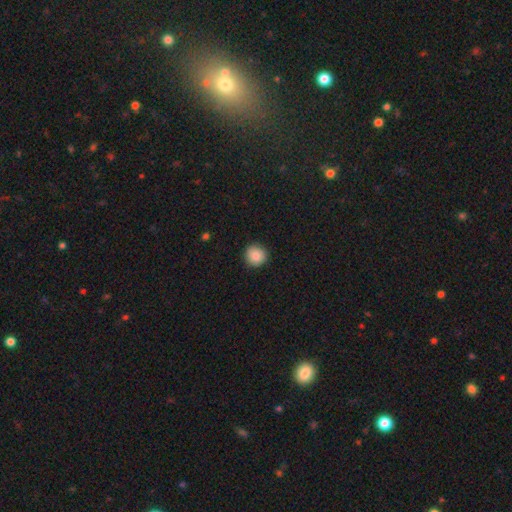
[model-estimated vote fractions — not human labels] smooth 86%, star or artifact 9%, featured or disk 5%. Down the decision tree: how rounded — round (93%); merging — none (91%).